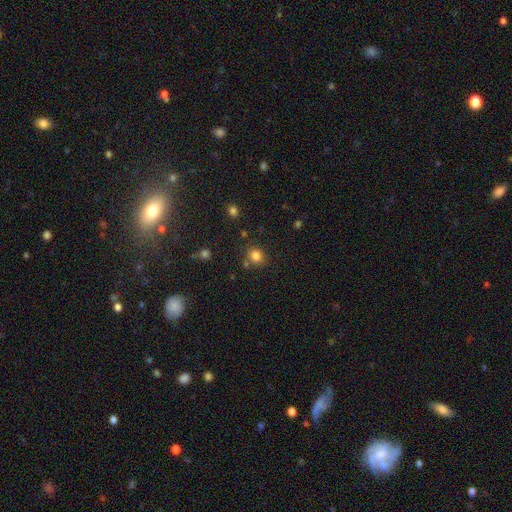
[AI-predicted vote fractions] Morphology: type=smooth (82%); roundness=round (74%); merging=none (75%).